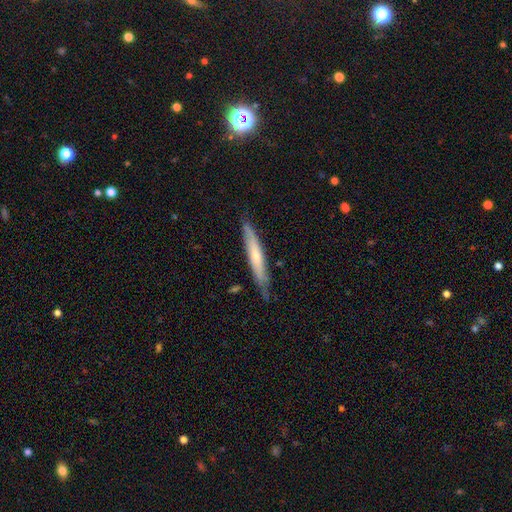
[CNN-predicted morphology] smooth_or_featured: smooth (p=0.50) [alt: featured or disk p=0.45]
how_rounded: cigar-shaped (p=0.91) [alt: in between p=0.07]
merging: none (p=0.77) [alt: minor disturbance p=0.18]